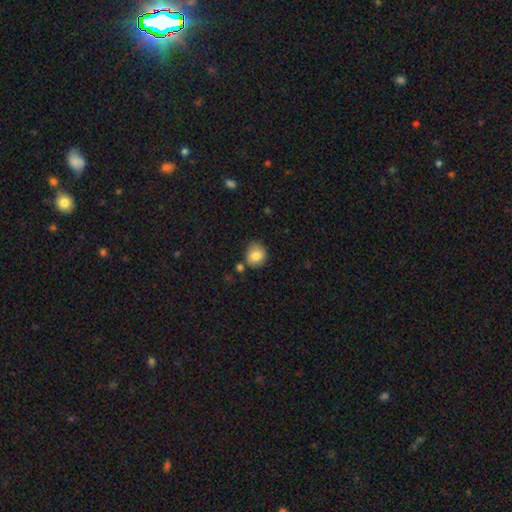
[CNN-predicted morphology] This is clearly a smooth galaxy (82%). How rounded: likely round (79%). Merging: likely none (74%).